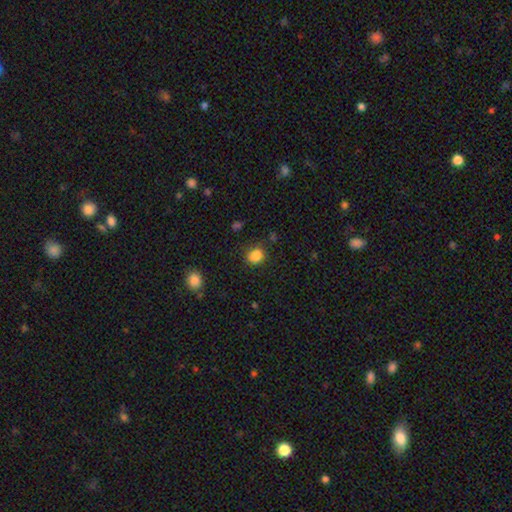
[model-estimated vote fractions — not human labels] Morphology: type=smooth (85%); roundness=round (63%); merging=none (79%).